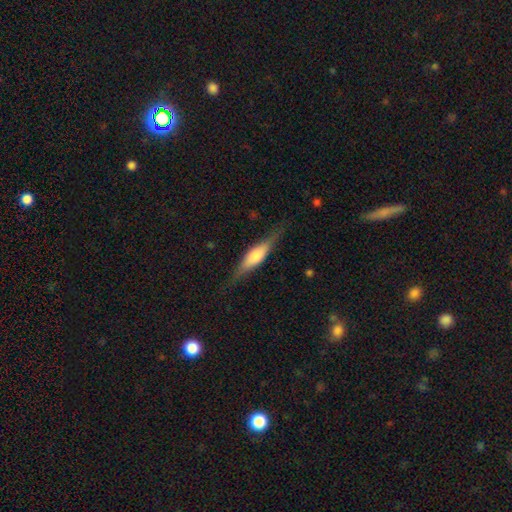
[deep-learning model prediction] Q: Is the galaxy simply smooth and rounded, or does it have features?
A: featured or disk — 49%.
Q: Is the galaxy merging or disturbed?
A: none — 79%.